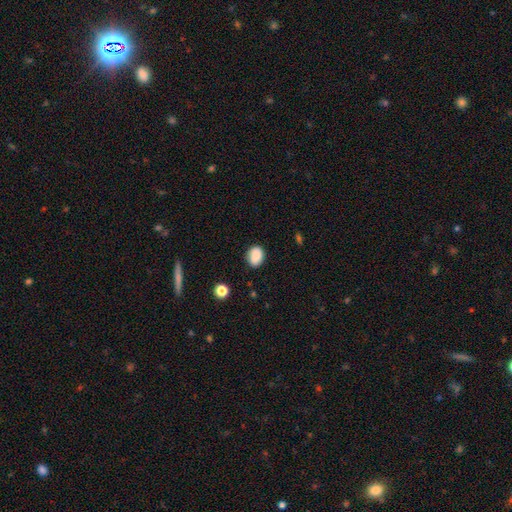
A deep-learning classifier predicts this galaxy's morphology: This appears to be a smooth galaxy with no disk features (85%) that is in between round and cigar-shaped (61%). Merging: none (81%).